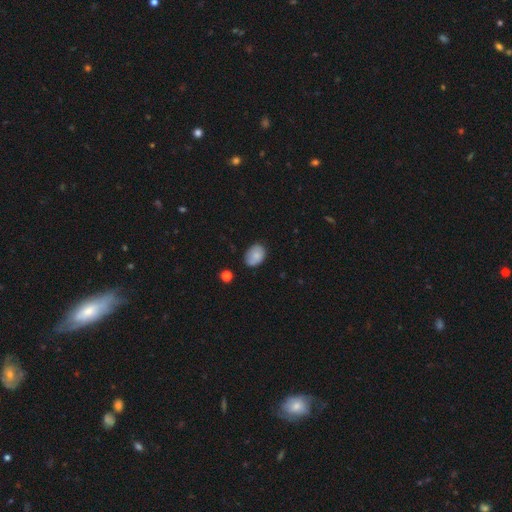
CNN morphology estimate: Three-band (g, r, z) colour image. It shows a smooth galaxy with no disk features (82%) that is in between round and cigar-shaped (75%). Merging: none (72%).